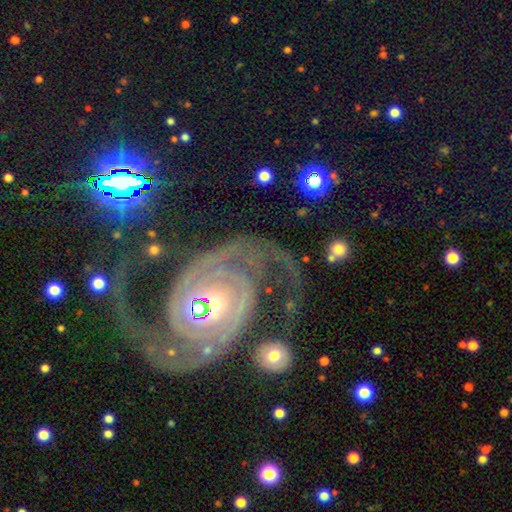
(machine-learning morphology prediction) featured or disk 90%, star or artifact 6%, smooth 4%. Down the decision tree: edge-on disk — no (98%); bar — no (48%); spiral arms — yes (98%); spiral arm count — 2 (89%); spiral winding — medium (46%); bulge size — moderate (49%); merging — none (64%).